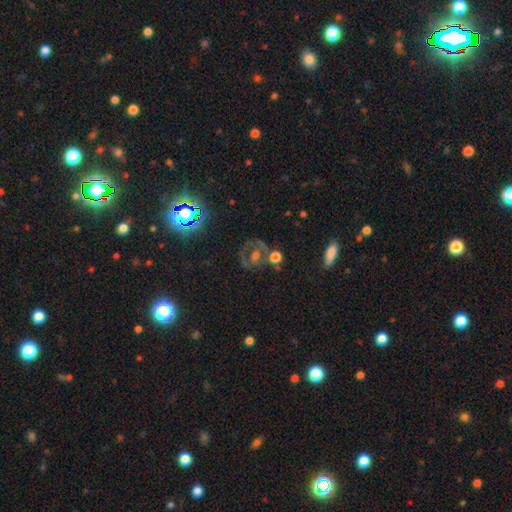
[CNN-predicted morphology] Q: Smooth or featured?
A: featured or disk (49%); runner-up: smooth (26%)
Q: Merging?
A: none (64%); runner-up: minor disturbance (15%)